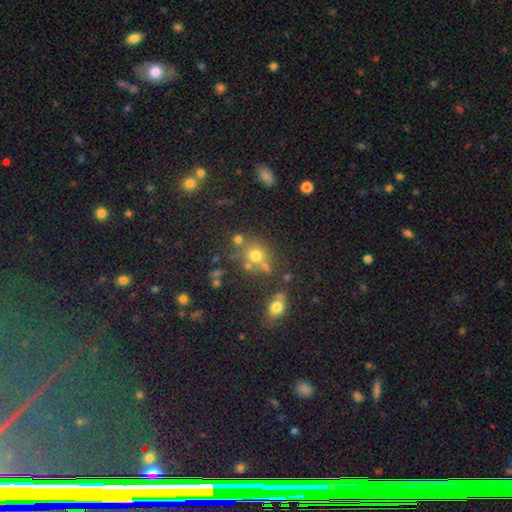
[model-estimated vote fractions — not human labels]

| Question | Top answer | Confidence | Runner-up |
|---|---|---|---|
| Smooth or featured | smooth | 65% | star or artifact (21%) |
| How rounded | round | 77% | in between (22%) |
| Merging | none | 60% | merger (21%) |